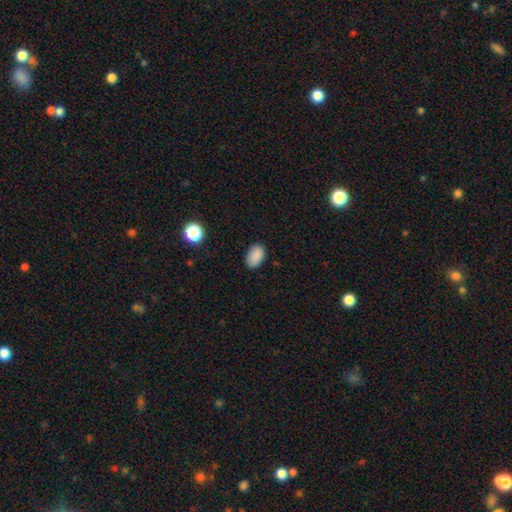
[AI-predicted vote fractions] This appears to be a smooth galaxy with no disk features (87%) that is in between round and cigar-shaped (90%). Merging: none (82%).